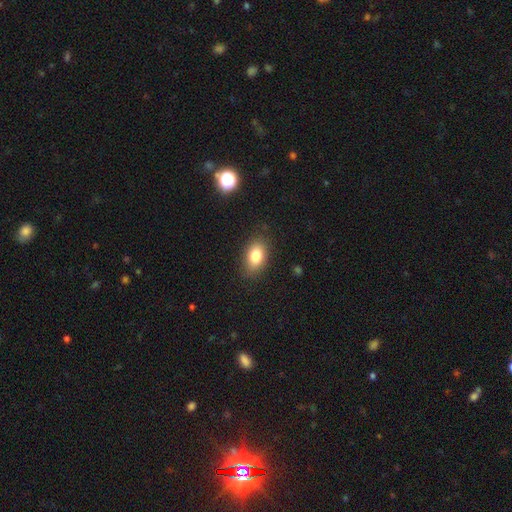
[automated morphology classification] smooth-or-featured: smooth: 80% | featured or disk: 11% | star or artifact: 10%
  how-rounded: in between: 85% | round: 13% | cigar-shaped: 2%
  merging: none: 84% | minor disturbance: 11% | major disturbance: 3% | merger: 1%